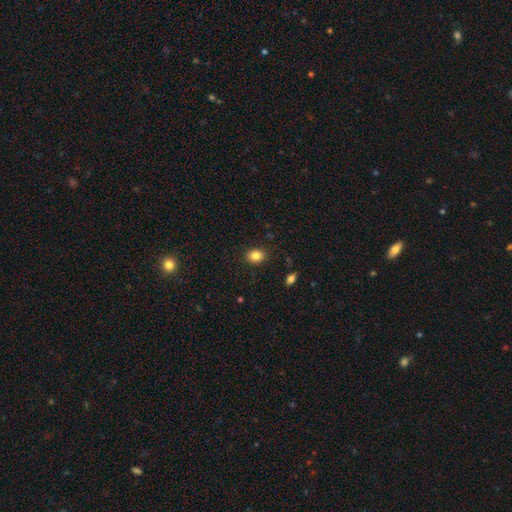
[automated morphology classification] smooth-or-featured: smooth: 84% | star or artifact: 10% | featured or disk: 5%
  how-rounded: in between: 54% | round: 45% | cigar-shaped: 1%
  merging: none: 88% | minor disturbance: 9% | major disturbance: 2% | merger: 1%